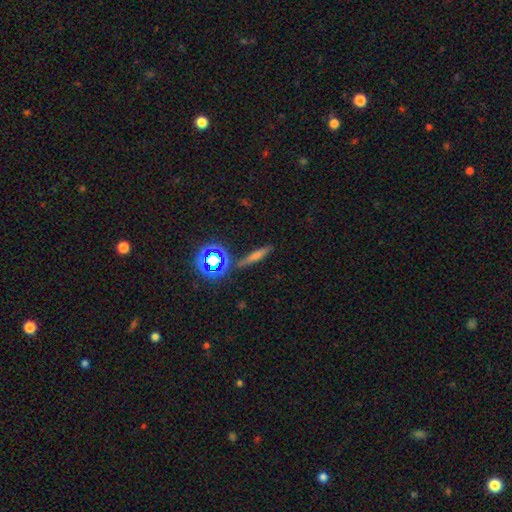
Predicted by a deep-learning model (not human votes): This is marginally a smooth galaxy (45%). Merging: clearly none (84%).